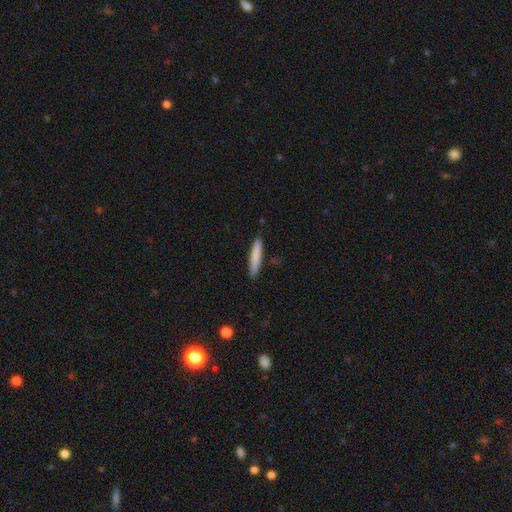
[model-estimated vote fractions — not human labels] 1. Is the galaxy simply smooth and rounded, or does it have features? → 82% smooth, 12% featured or disk, 6% star or artifact.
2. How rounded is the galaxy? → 93% cigar-shaped, 6% in between, 1% round.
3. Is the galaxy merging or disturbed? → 88% none, 9% minor disturbance, 2% major disturbance, 2% merger.